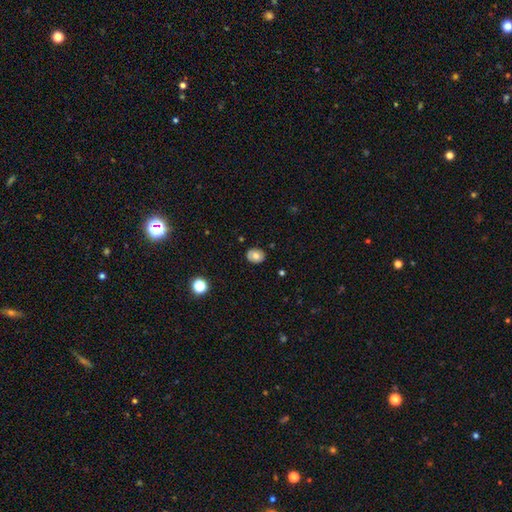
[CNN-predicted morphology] The model was most divided on "how rounded": round: 58%, in between: 41%, cigar-shaped: 1%. More confident: merging — none (85%); smooth or featured — smooth (68%).